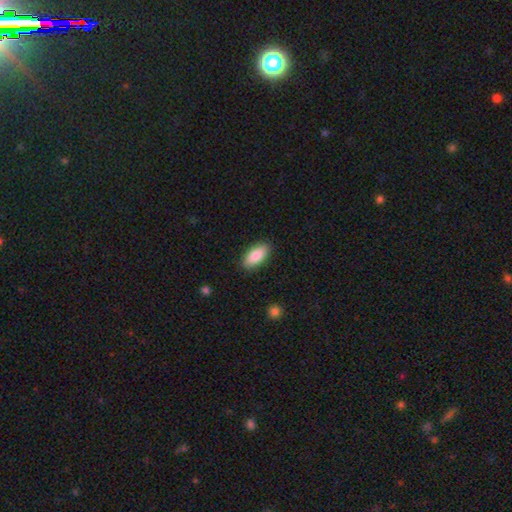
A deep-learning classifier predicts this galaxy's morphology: The model was most divided on "merging": none: 88%, minor disturbance: 9%, major disturbance: 2%, merger: 1%. More confident: how rounded — in between (91%); smooth or featured — smooth (87%).